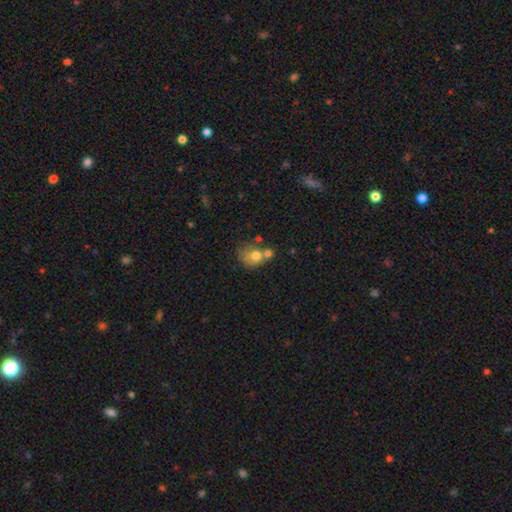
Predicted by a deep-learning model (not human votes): This appears to be a smooth galaxy with no disk features (72%) that is round (59%). Merging: merger (41%).